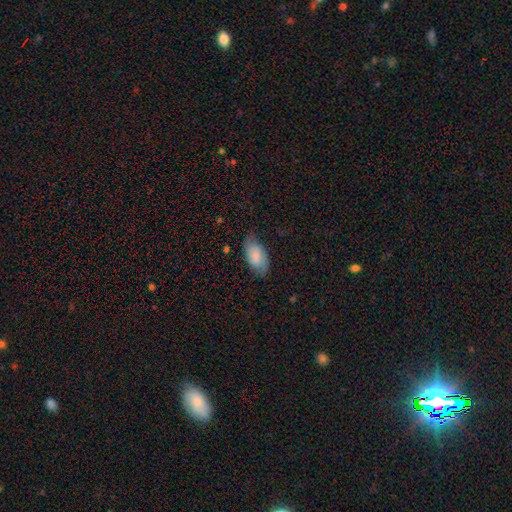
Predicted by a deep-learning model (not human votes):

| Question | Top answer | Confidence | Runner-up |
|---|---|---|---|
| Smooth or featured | smooth | 69% | featured or disk (23%) |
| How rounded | in between | 94% | cigar-shaped (3%) |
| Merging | none | 69% | minor disturbance (23%) |